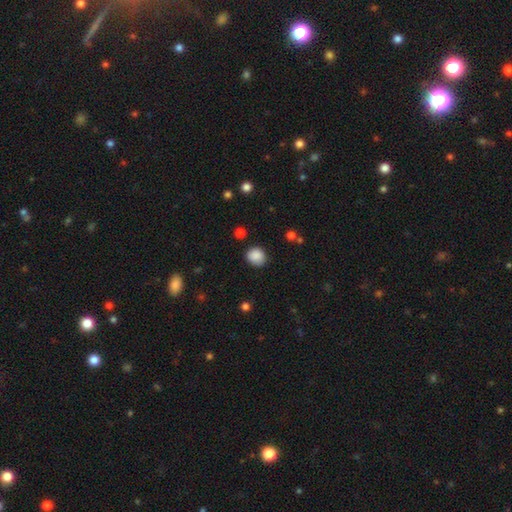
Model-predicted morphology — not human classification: This is clearly a smooth galaxy (87%). How rounded: likely round (75%). Merging: clearly none (82%).